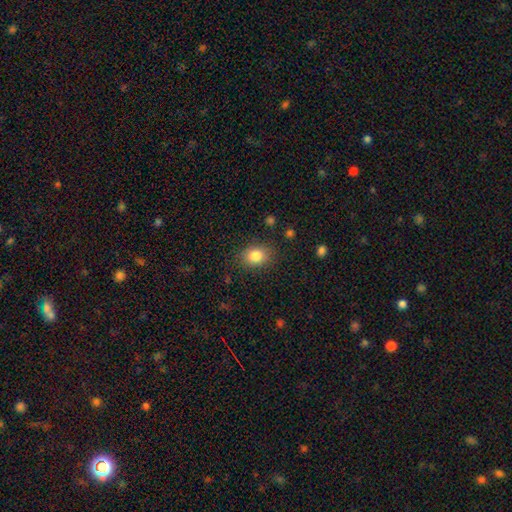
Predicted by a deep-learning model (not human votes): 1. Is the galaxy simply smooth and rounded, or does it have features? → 84% smooth, 9% star or artifact, 7% featured or disk.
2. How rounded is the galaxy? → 58% in between, 42% round, 1% cigar-shaped.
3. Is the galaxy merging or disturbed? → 84% none, 11% minor disturbance, 4% major disturbance, 1% merger.